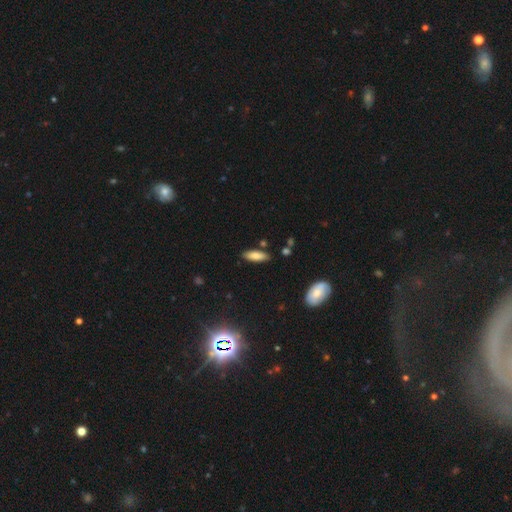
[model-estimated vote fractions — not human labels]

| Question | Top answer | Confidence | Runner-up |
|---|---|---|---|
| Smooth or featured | smooth | 79% | featured or disk (14%) |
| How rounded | in between | 60% | cigar-shaped (38%) |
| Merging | none | 82% | minor disturbance (12%) |